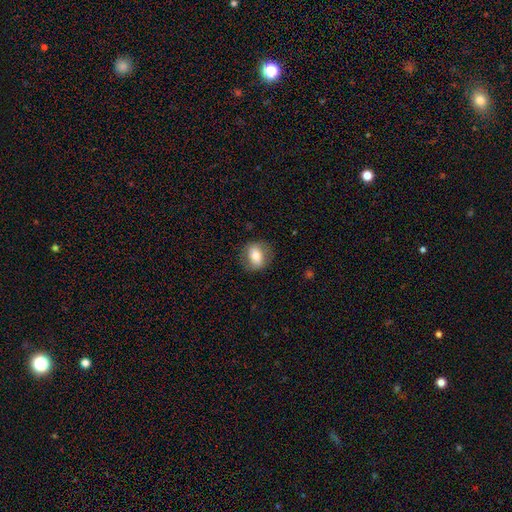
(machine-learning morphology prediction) Overall: smooth (69%). How rounded: in between (55%; round 43%). Merging: none (79%).